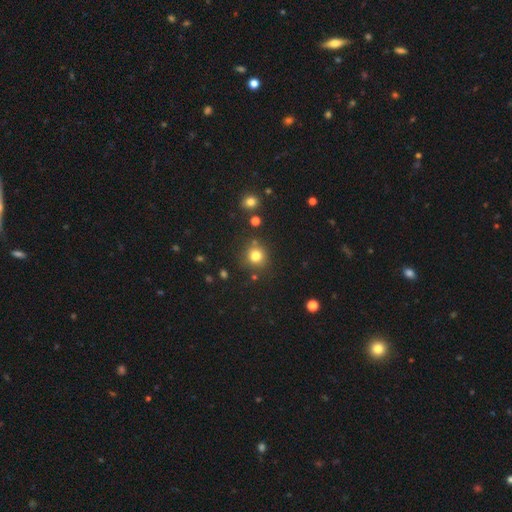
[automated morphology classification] A smooth galaxy with no disk features (79%) that is round (88%). Merging: none (78%).